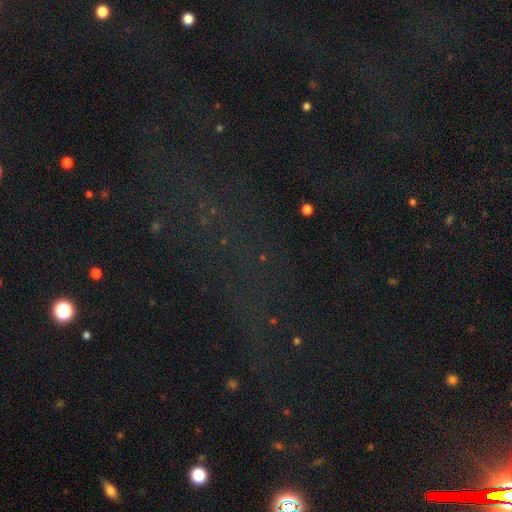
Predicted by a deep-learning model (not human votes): This appears to be a star or artifact, not a galaxy (70%).